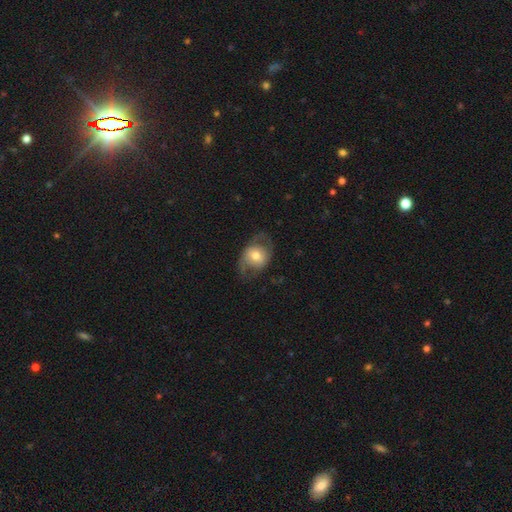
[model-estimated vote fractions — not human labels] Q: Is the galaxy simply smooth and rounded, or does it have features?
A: featured or disk — 47%.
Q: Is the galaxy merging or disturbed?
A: none — 60%.